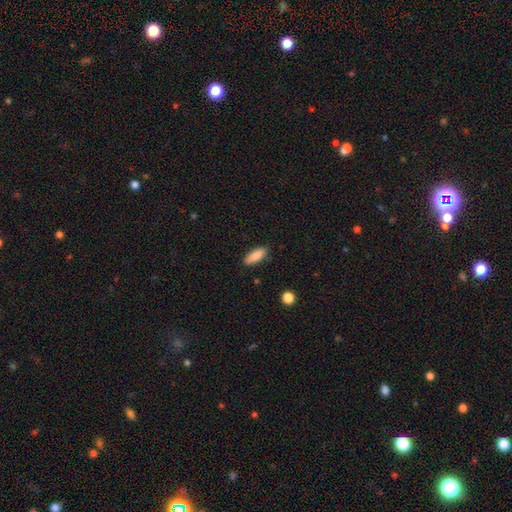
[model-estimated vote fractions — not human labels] smooth_or_featured: smooth (p=0.86) [alt: featured or disk p=0.07]
how_rounded: in between (p=0.66) [alt: cigar-shaped p=0.32]
merging: none (p=0.86) [alt: minor disturbance p=0.11]